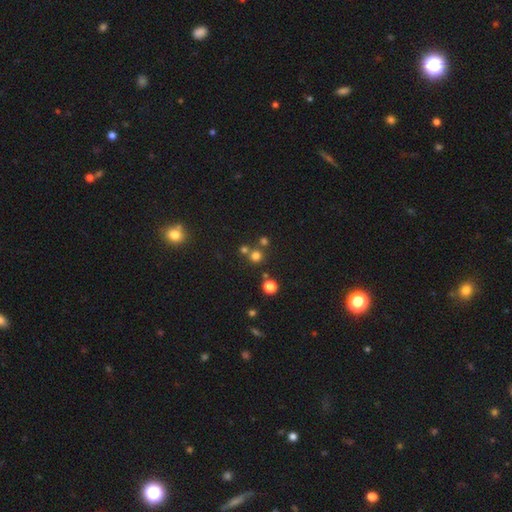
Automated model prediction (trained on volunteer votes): Smooth or featured? Predicted: smooth (p=0.68). How rounded? Predicted: round (p=0.93). Merging? Predicted: none (p=0.68).